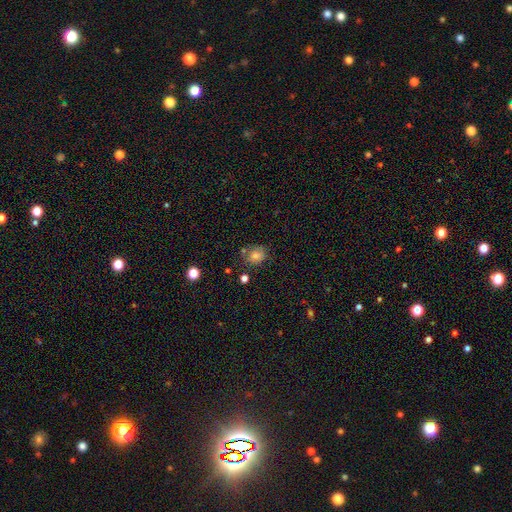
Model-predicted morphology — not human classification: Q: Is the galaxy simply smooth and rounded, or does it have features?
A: smooth — 74%.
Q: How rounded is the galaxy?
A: round — 68%.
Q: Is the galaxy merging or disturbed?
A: none — 74%.